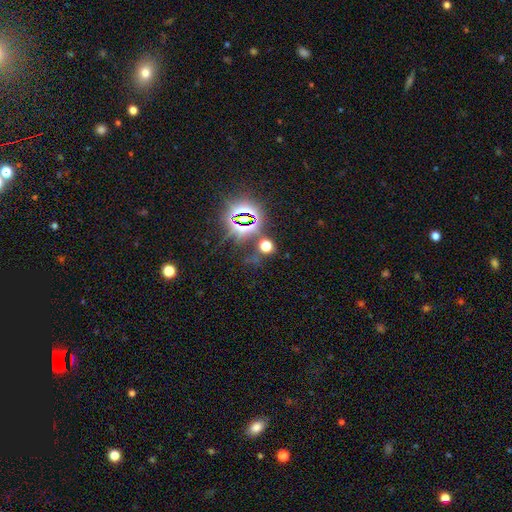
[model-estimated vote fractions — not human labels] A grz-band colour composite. It shows a star or artifact, not a galaxy (77%).